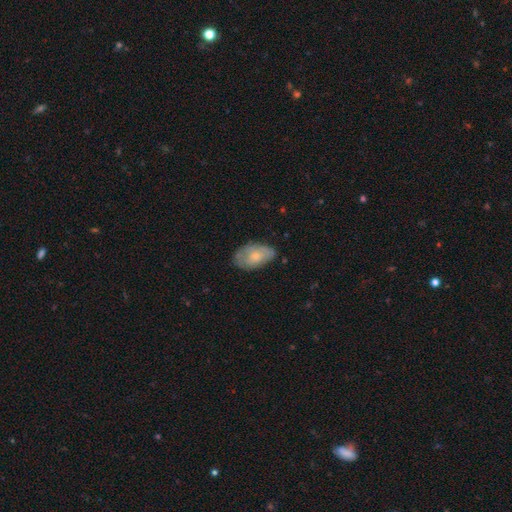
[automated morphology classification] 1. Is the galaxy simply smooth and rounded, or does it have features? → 63% smooth, 31% featured or disk, 6% star or artifact.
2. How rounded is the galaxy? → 92% in between, 6% round, 2% cigar-shaped.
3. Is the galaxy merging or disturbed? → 61% none, 30% minor disturbance, 8% major disturbance, 2% merger.